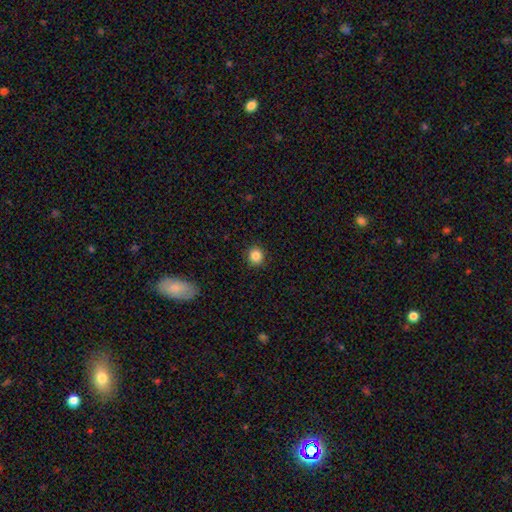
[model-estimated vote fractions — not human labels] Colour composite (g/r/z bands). It shows a smooth galaxy with no disk features (86%) that is round (91%). Merging: none (91%).